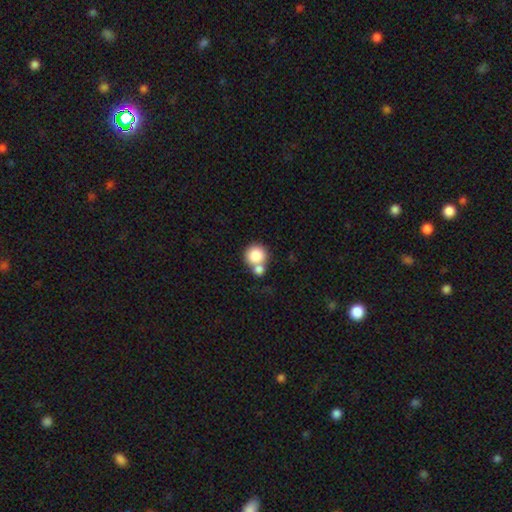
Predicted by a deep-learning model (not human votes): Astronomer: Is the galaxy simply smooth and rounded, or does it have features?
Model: smooth — 83%.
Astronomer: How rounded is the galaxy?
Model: round — 91%.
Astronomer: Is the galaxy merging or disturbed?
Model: none — 47% (runner-up: merger, 41%).